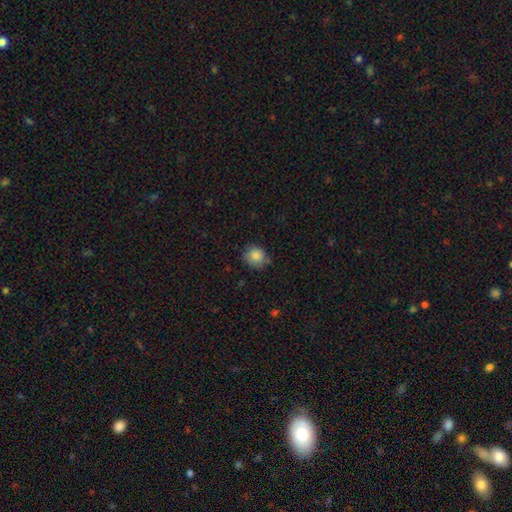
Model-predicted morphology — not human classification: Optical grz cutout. It shows a smooth galaxy with no disk features (85%) that is round (80%). Merging: none (70%).